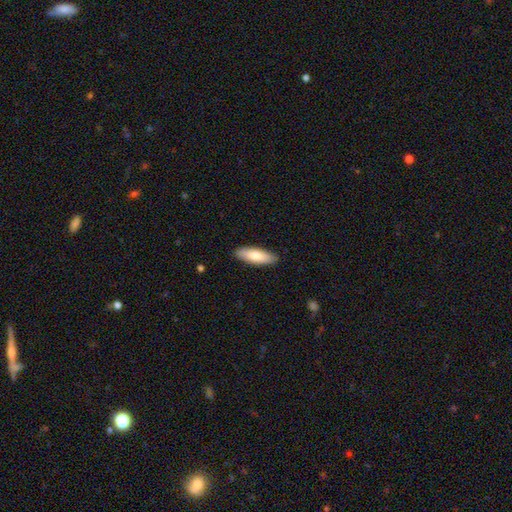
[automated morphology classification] A smooth galaxy with no disk features (80%) that is in between round and cigar-shaped (55%). Merging: none (89%).